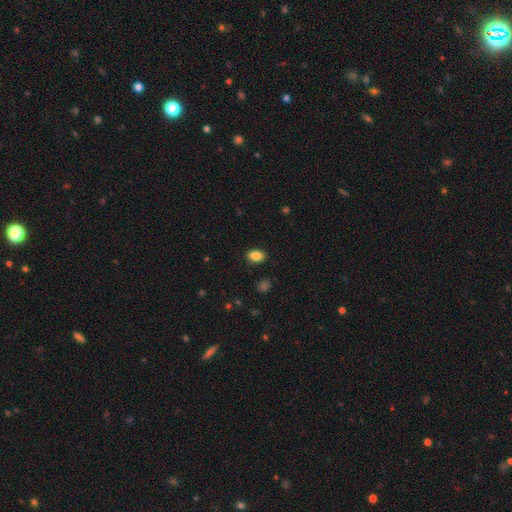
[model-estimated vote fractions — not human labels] This is clearly a smooth galaxy (87%). How rounded: clearly in between (84%). Merging: clearly none (88%).